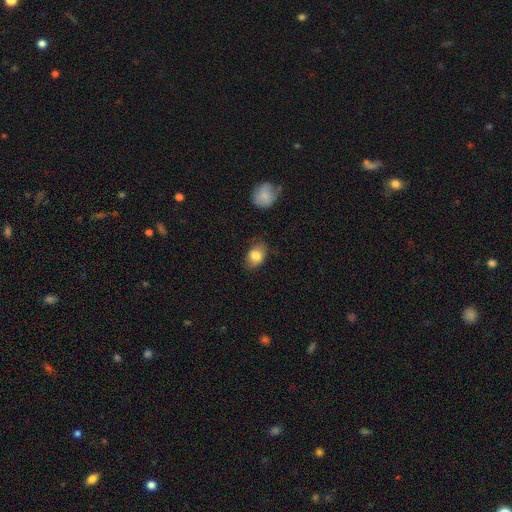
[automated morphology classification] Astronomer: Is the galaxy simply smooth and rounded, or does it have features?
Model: smooth — 81%.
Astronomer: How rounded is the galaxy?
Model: in between — 76%.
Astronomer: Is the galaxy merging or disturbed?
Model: none — 75%.